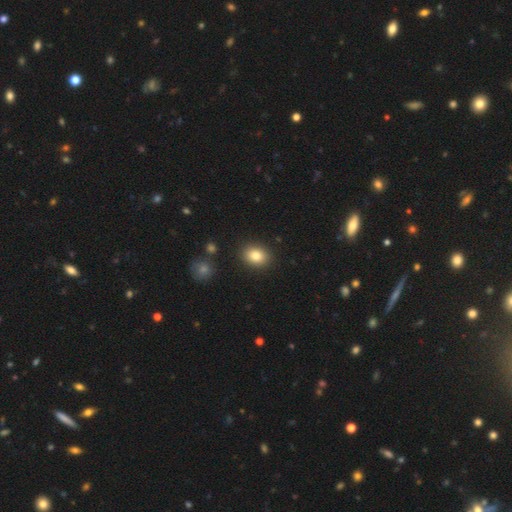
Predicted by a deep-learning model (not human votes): Smooth or featured? Predicted: smooth (p=0.84). How rounded? Predicted: in between (p=0.58). Merging? Predicted: none (p=0.88).